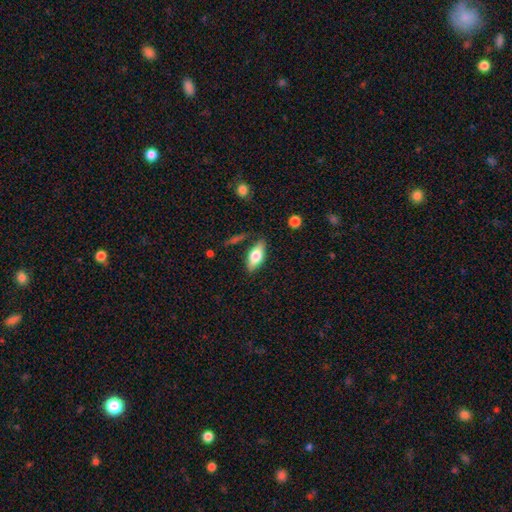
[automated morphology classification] Overall: smooth (60%; featured or disk 33%). How rounded: in between (77%). Merging: none (80%).